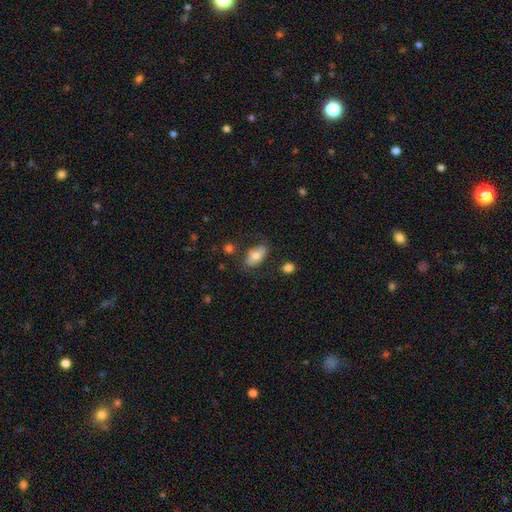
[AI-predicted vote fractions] Smooth or featured? Predicted: smooth (p=0.71). How rounded? Predicted: in between (p=0.90). Merging? Predicted: none (p=0.69).